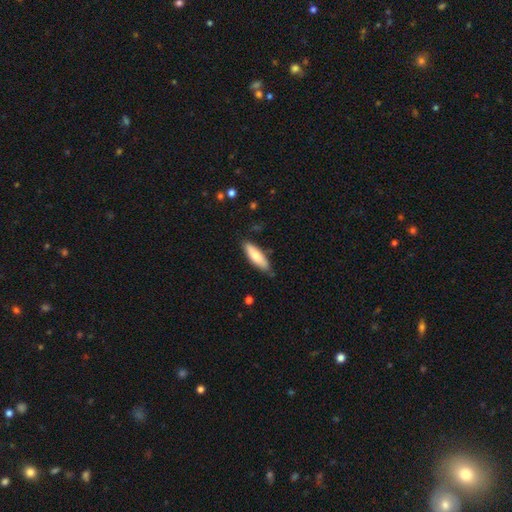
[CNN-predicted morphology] type=smooth (77%); roundness=cigar-shaped (56%); merging=none (79%).